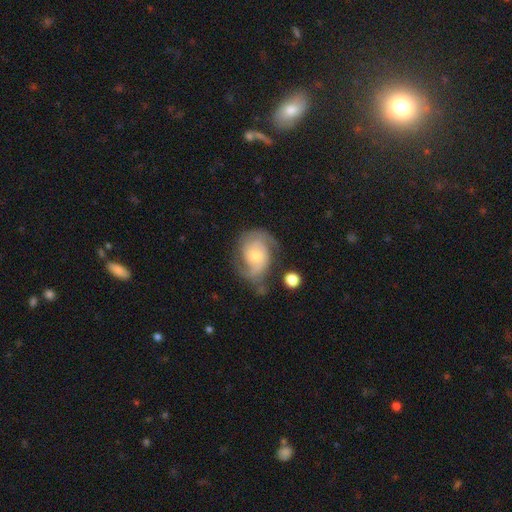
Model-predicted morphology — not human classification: This is clearly a featured or disk galaxy (83%). It is clearly not viewed edge-on (98%). Bar: likely no (69%). Spiral arm pattern: clearly yes (95%). Spiral arm count: likely 2 (80%). Spiral winding: possibly medium (47%). Central bulge: possibly small (48%). Merging: likely none (61%).